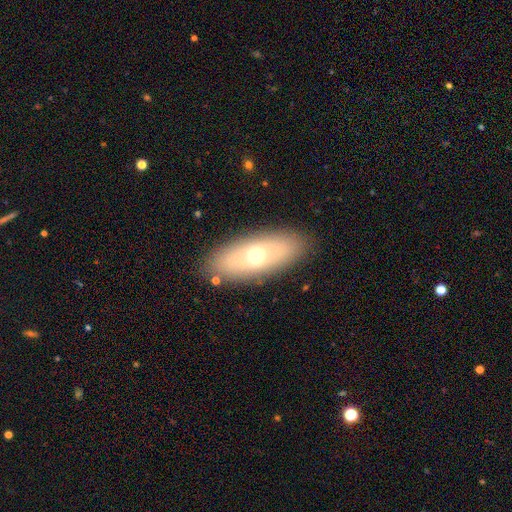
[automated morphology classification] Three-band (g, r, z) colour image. It shows a smooth galaxy with no disk features (58%) that is in between round and cigar-shaped (79%). Merging: none (85%).